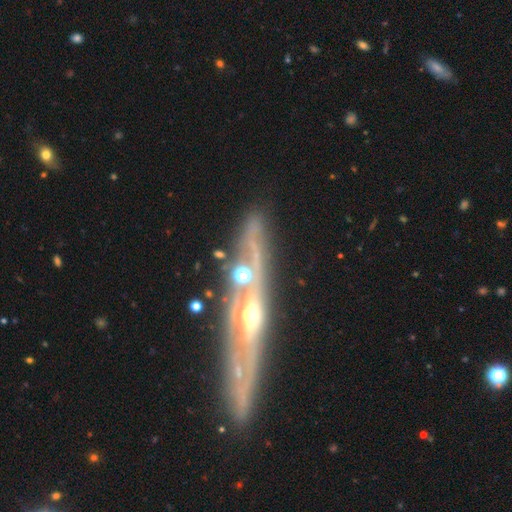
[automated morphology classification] This appears to be a featured or disk galaxy (84%) viewed edge-on (65%) with a rounded central bulge (81%). Merging: none (79%).